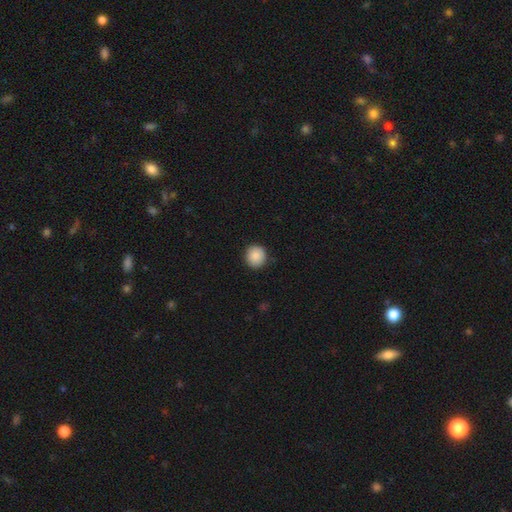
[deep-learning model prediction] smooth 88%, star or artifact 8%, featured or disk 4%. Down the decision tree: how rounded — round (90%); merging — none (89%).